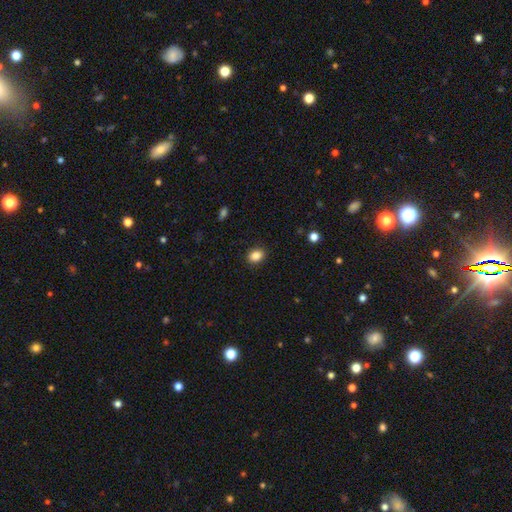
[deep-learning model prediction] The model was most divided on "how rounded": in between: 59%, round: 40%, cigar-shaped: 1%. More confident: merging — none (89%); smooth or featured — smooth (86%).